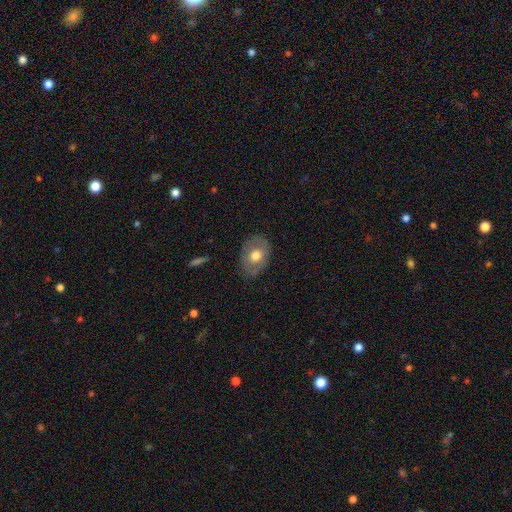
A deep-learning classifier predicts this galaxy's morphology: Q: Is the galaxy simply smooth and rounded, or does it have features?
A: smooth — 59%.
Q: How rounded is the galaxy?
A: in between — 70%.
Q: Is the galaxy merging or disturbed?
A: none — 80%.